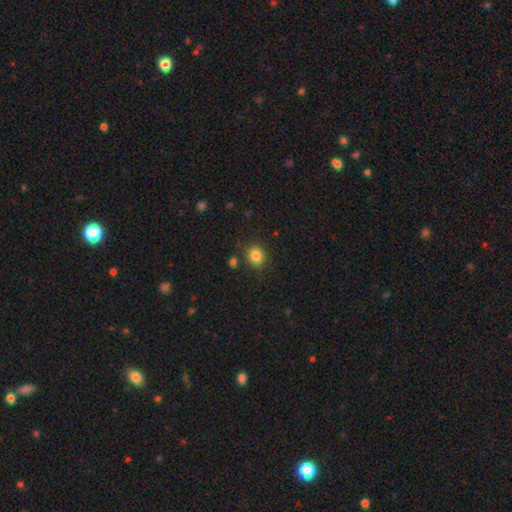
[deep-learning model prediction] This appears to be a smooth galaxy with no disk features (84%) that is round (77%). Merging: none (83%).